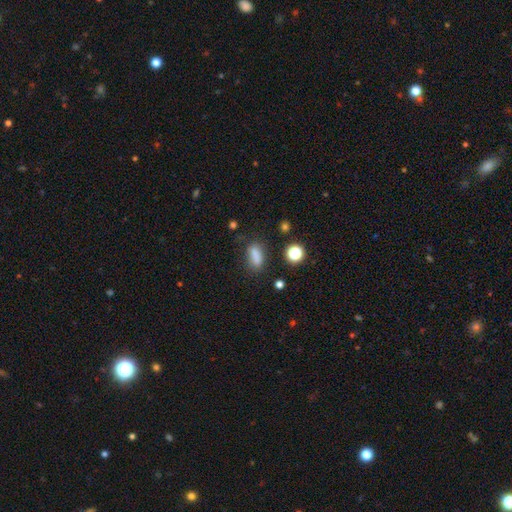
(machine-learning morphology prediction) This is likely a smooth galaxy (80%). How rounded: likely in between (72%). Merging: likely none (68%).